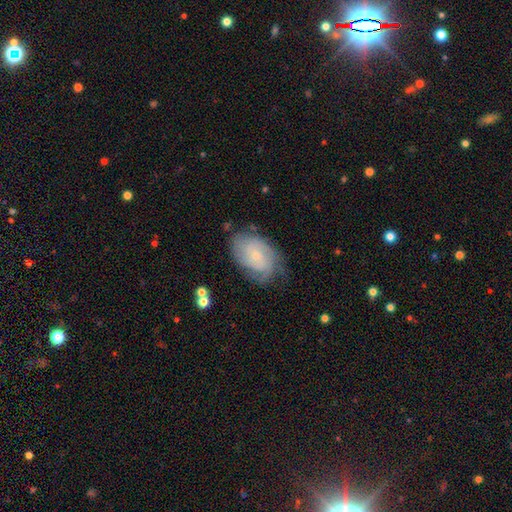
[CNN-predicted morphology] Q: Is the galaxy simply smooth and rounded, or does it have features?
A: featured or disk — 72%.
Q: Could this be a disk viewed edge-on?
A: no — 96%.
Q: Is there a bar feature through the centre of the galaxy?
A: no — 71%.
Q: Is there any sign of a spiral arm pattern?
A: yes — 92%.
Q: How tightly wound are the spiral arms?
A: tight — 60%.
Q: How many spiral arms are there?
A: can't tell — 40%.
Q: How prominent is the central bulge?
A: small — 77%.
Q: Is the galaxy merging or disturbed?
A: none — 65%.